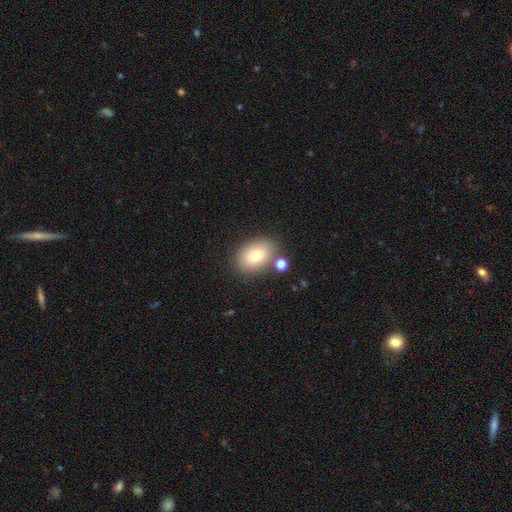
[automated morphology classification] This appears to be a smooth galaxy with no disk features (78%) that is in between round and cigar-shaped (80%). Merging: none (77%).